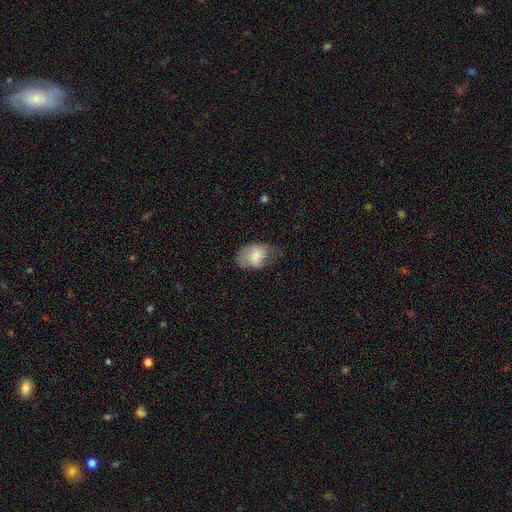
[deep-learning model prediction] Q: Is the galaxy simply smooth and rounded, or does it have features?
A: smooth — 64%.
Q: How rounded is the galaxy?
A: in between — 83%.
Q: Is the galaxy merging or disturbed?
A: none — 43%.